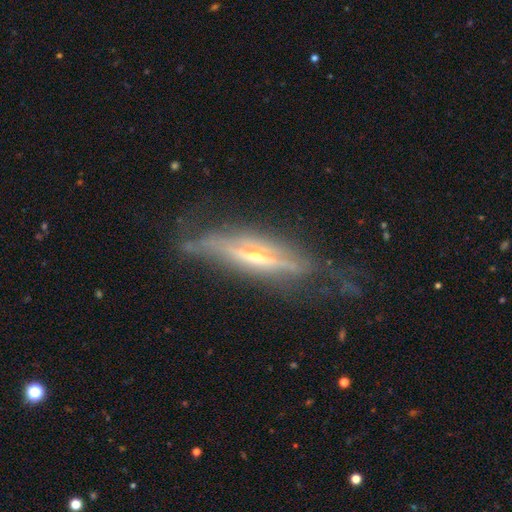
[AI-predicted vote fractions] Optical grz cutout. It shows a featured or disk galaxy (81%) viewed edge-on (83%) with a rounded central bulge (82%). Merging: none (62%).